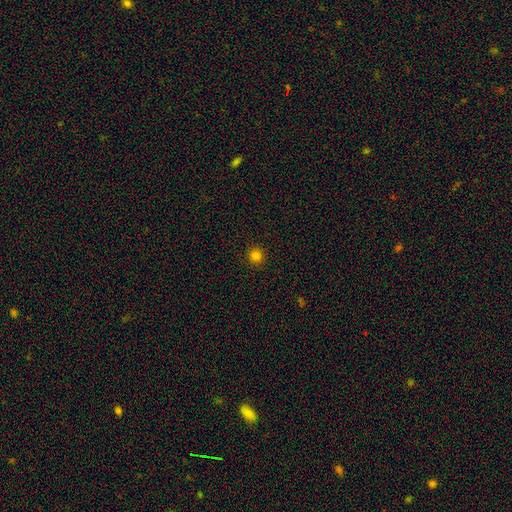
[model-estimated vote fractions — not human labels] Q: Smooth or featured?
A: smooth (81%); runner-up: star or artifact (15%)
Q: How rounded?
A: round (94%); runner-up: in between (5%)
Q: Merging?
A: none (93%); runner-up: minor disturbance (5%)